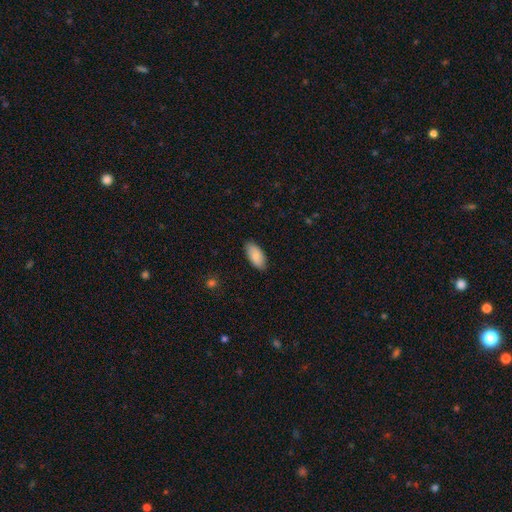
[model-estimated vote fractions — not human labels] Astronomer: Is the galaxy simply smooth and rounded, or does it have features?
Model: smooth — 86%.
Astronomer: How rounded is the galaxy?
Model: in between — 93%.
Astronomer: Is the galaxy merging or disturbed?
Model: none — 87%.